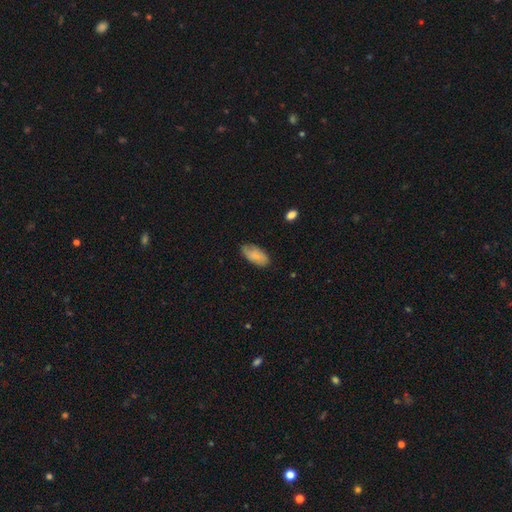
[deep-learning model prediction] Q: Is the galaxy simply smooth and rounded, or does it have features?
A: smooth — 83%.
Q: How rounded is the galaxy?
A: in between — 92%.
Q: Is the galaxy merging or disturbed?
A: none — 82%.